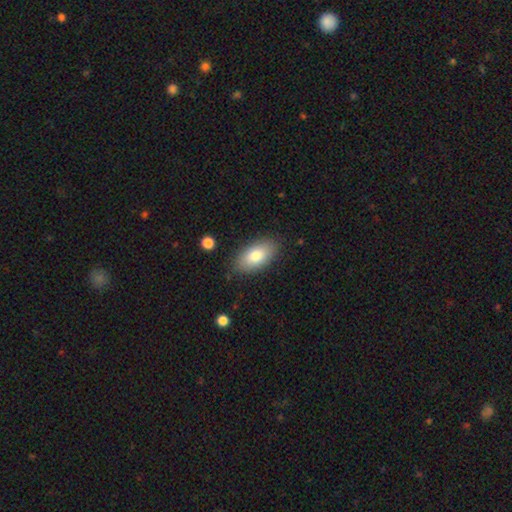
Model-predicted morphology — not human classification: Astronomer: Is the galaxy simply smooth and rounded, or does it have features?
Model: smooth — 80%.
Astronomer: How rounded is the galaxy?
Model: in between — 93%.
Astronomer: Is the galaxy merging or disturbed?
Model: none — 84%.